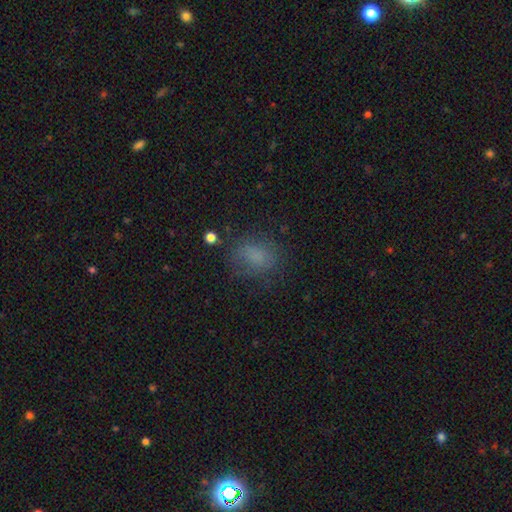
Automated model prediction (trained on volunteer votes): smooth_or_featured: smooth (p=0.75) [alt: star or artifact p=0.15]
how_rounded: in between (p=0.61) [alt: round p=0.37]
merging: none (p=0.70) [alt: minor disturbance p=0.19]